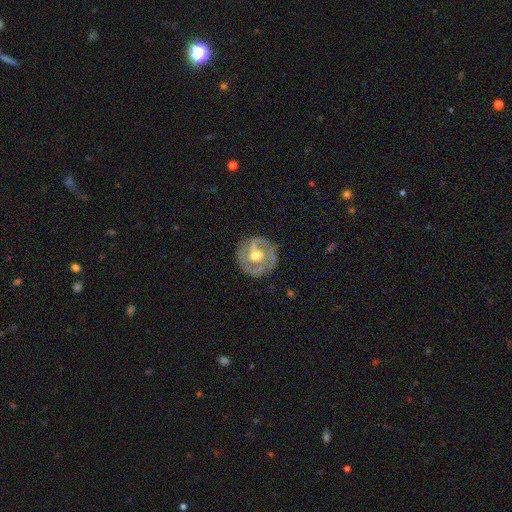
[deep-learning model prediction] Q: Smooth or featured?
A: featured or disk (79%); runner-up: smooth (16%)
Q: Edge-on disk?
A: no (96%); runner-up: yes (4%)
Q: Bar?
A: no (45%); runner-up: weak (38%)
Q: Spiral arms?
A: yes (84%); runner-up: no (16%)
Q: Spiral winding?
A: tight (47%); runner-up: medium (39%)
Q: Spiral arm count?
A: 2 (60%); runner-up: can't tell (15%)
Q: Bulge size?
A: moderate (74%); runner-up: large (15%)
Q: Merging?
A: none (80%); runner-up: minor disturbance (14%)